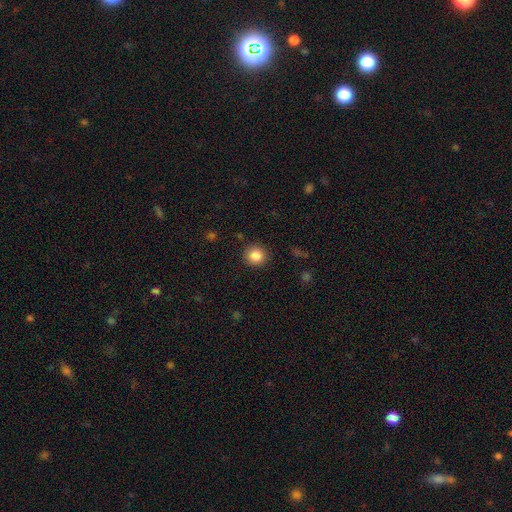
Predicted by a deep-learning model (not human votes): smooth-or-featured: smooth: 85% | star or artifact: 10% | featured or disk: 5%
  how-rounded: round: 92% | in between: 7% | cigar-shaped: 1%
  merging: none: 90% | minor disturbance: 6% | major disturbance: 2% | merger: 1%